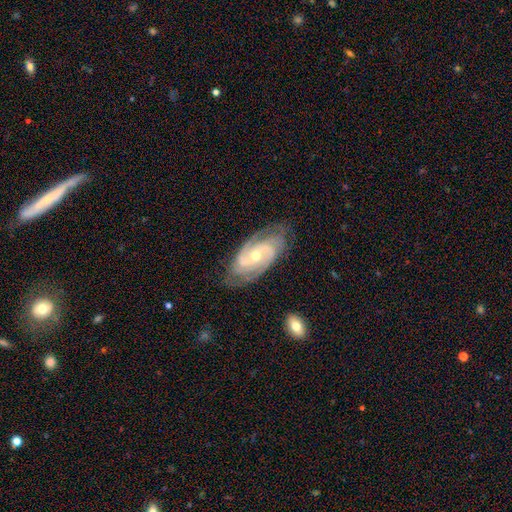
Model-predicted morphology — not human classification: Smooth or featured?
  - featured or disk: 90% *
  - smooth: 5%
  - star or artifact: 5%
Edge-on disk?
  - no: 95% *
  - yes: 5%
Bar?
  - no: 55% *
  - weak: 34%
  - strong: 11%
Spiral arms?
  - yes: 98% *
  - no: 2%
Spiral winding?
  - tight: 55% *
  - medium: 38%
  - loose: 7%
Spiral arm count?
  - 2: 53% *
  - 3: 24%
  - can't tell: 11%
  - 4: 6%
  - 1: 3%
  - more than 4: 3%
Bulge size?
  - moderate: 51% *
  - small: 46%
  - large: 2%
  - none: 1%
  - dominant: 1%
Merging?
  - none: 77% *
  - minor disturbance: 17%
  - major disturbance: 5%
  - merger: 1%